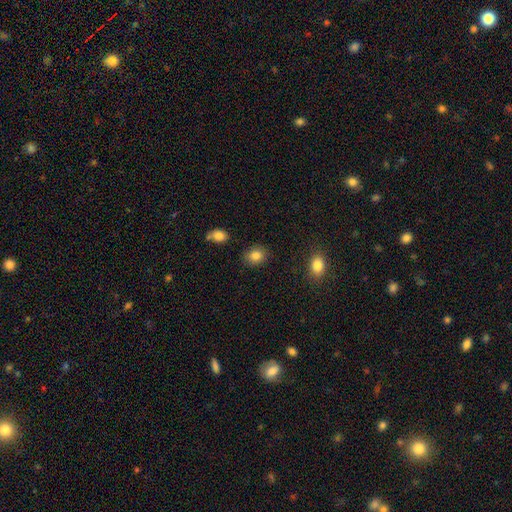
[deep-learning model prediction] A smooth galaxy with no disk features (85%) that is round (55%).

Vote fractions:
- Smooth or featured? smooth: 85% / star or artifact: 9% / featured or disk: 6%
- How rounded? round: 55% / in between: 44% / cigar-shaped: 1%
- Merging? none: 87% / minor disturbance: 9% / major disturbance: 2% / merger: 2%